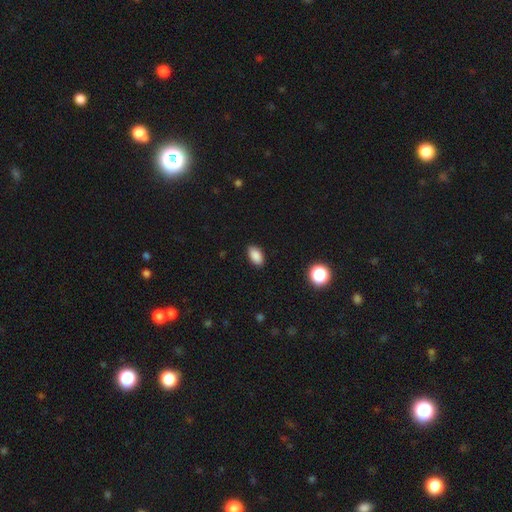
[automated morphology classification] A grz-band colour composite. It shows a smooth galaxy with no disk features (87%) that is in between round and cigar-shaped (92%). Merging: none (88%).